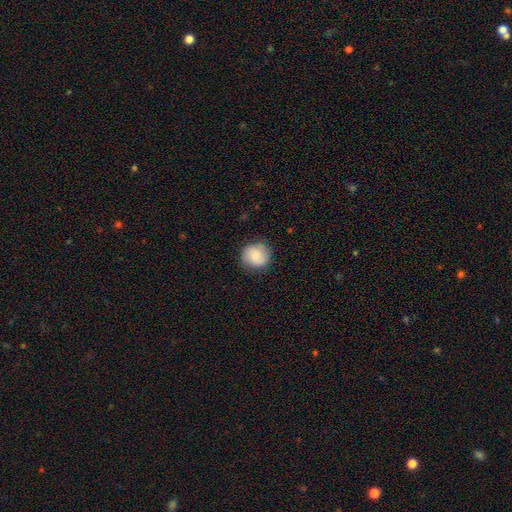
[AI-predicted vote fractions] Q: Smooth or featured?
A: smooth (82%); runner-up: featured or disk (11%)
Q: How rounded?
A: round (87%); runner-up: in between (12%)
Q: Merging?
A: none (81%); runner-up: minor disturbance (14%)